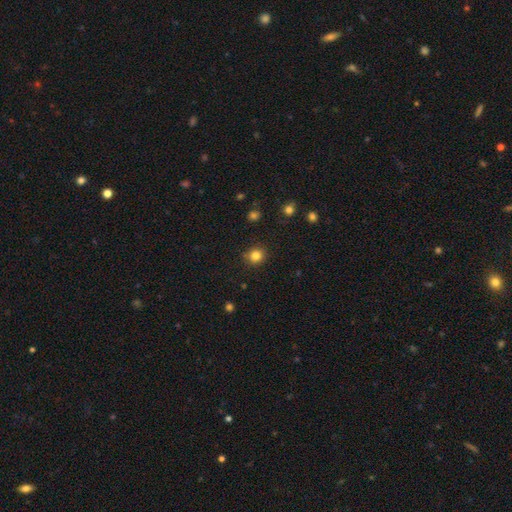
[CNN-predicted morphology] Smooth or featured?
  - smooth: 83% *
  - star or artifact: 12%
  - featured or disk: 5%
How rounded?
  - round: 88% *
  - in between: 11%
  - cigar-shaped: 1%
Merging?
  - none: 87% *
  - minor disturbance: 9%
  - major disturbance: 2%
  - merger: 2%